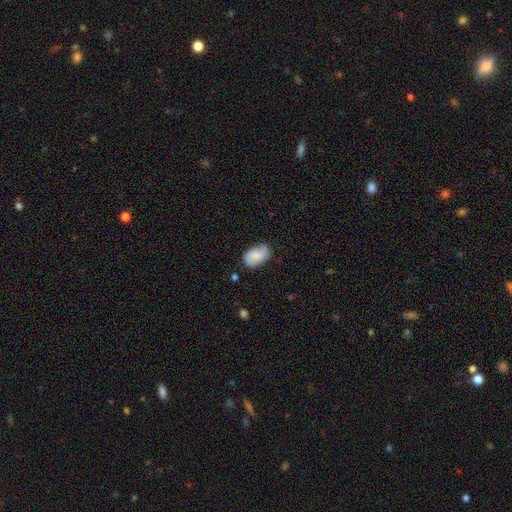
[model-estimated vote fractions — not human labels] smooth-or-featured: smooth: 64% | featured or disk: 29% | star or artifact: 7%
  how-rounded: in between: 90% | round: 9% | cigar-shaped: 1%
  merging: none: 76% | minor disturbance: 19% | major disturbance: 4% | merger: 2%